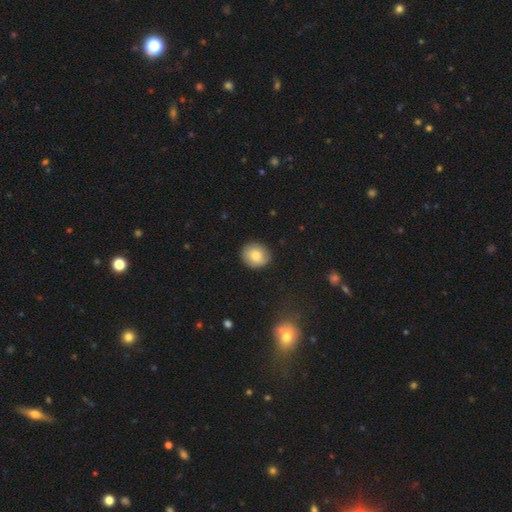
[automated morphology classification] This is likely a smooth galaxy (76%). How rounded: clearly round (81%). Merging: clearly none (88%).